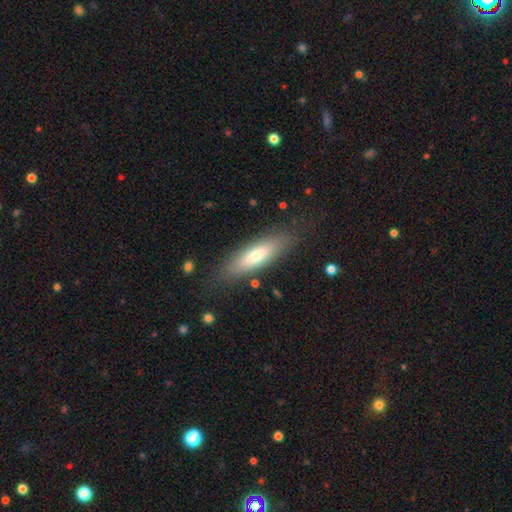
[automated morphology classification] smooth_or_featured: smooth (p=0.68) [alt: featured or disk p=0.26]
how_rounded: cigar-shaped (p=0.57) [alt: in between p=0.42]
merging: none (p=0.82) [alt: minor disturbance p=0.13]